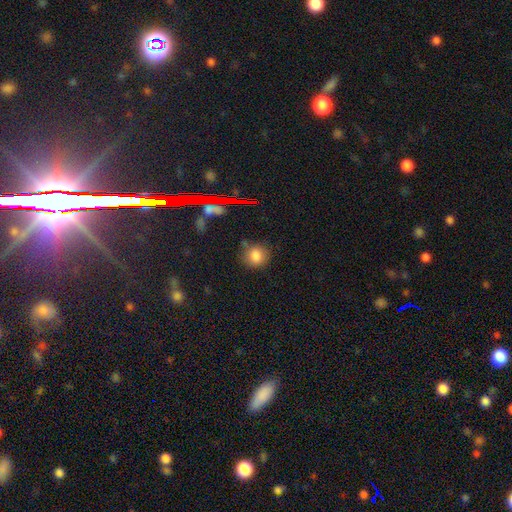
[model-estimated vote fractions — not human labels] Smooth or featured? smooth (78%)
How rounded? round (80%)
Merging? none (75%)